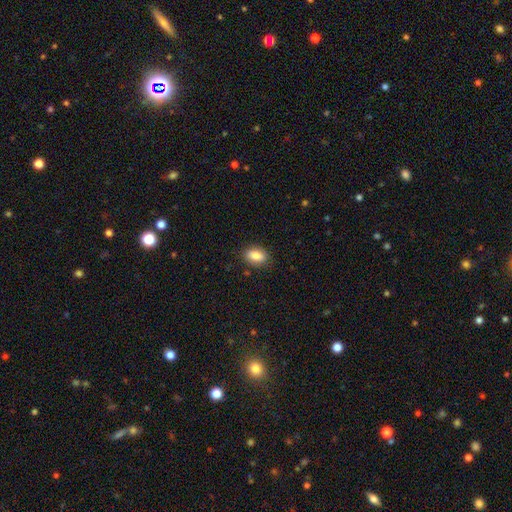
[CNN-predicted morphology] smooth 84%, featured or disk 8%, star or artifact 8%. Down the decision tree: how rounded — in between (87%); merging — none (85%).